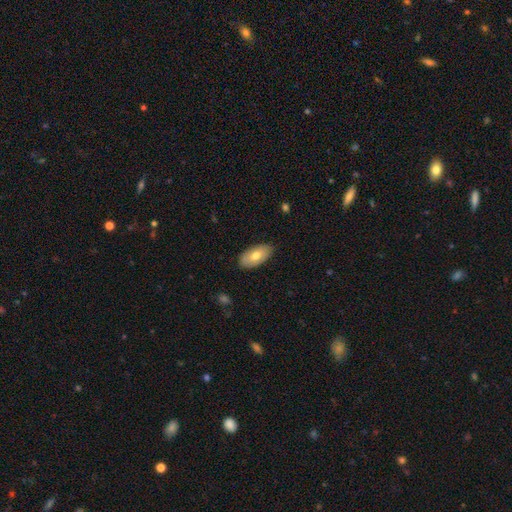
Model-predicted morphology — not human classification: smooth_or_featured: smooth (p=0.72) [alt: featured or disk p=0.22]
how_rounded: in between (p=0.94) [alt: cigar-shaped p=0.03]
merging: none (p=0.85) [alt: minor disturbance p=0.12]